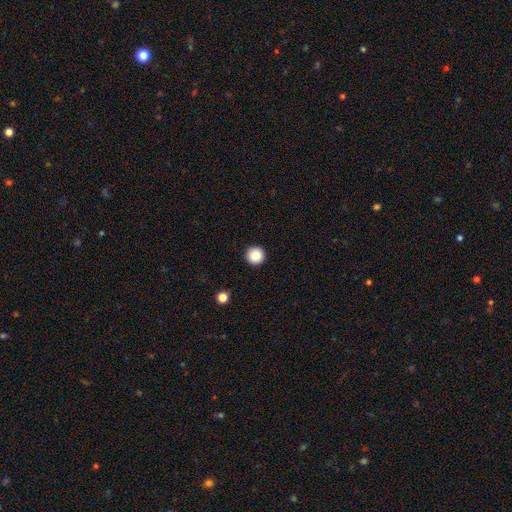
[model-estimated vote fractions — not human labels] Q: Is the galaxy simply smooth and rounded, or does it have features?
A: smooth — 87%.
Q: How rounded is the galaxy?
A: round — 97%.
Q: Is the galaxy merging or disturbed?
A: none — 93%.